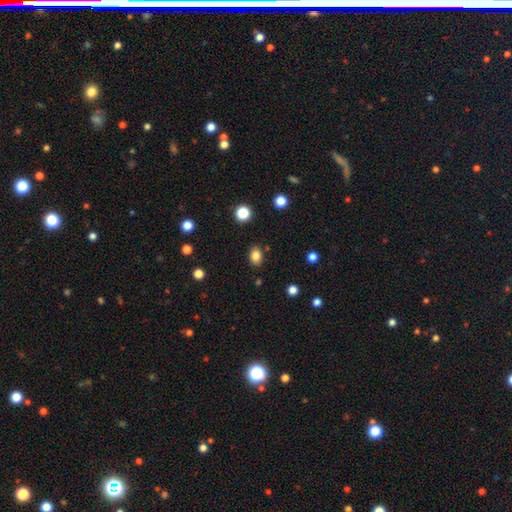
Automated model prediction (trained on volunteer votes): Smooth or featured? smooth (83%)
How rounded? in between (69%)
Merging? none (85%)